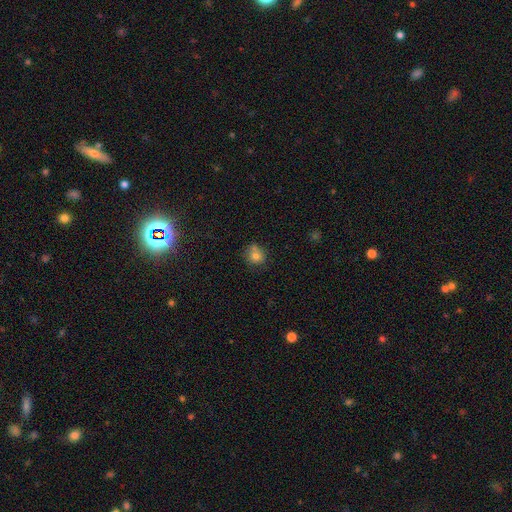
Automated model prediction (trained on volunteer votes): Smooth or featured? Predicted: smooth (p=0.76). How rounded? Predicted: round (p=0.79). Merging? Predicted: none (p=0.55).